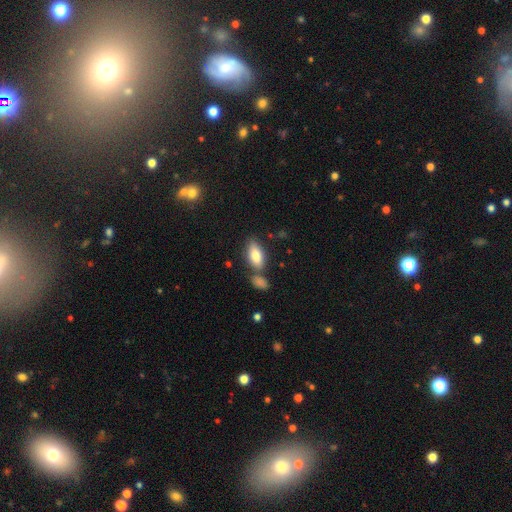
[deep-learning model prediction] smooth 81%, featured or disk 13%, star or artifact 7%. Down the decision tree: how rounded — in between (88%); merging — none (63%).